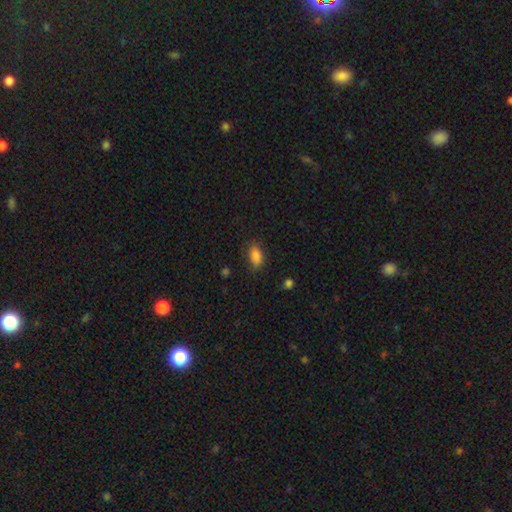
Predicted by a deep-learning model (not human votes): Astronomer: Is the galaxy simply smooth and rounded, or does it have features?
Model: smooth — 86%.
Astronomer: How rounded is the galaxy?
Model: in between — 89%.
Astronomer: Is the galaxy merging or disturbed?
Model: none — 77%.